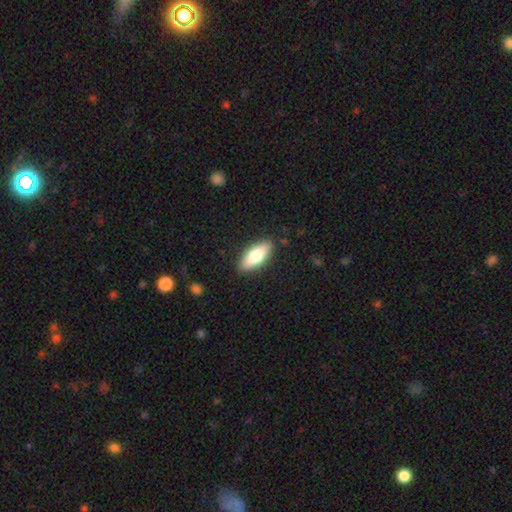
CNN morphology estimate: This is likely a smooth galaxy (77%). How rounded: likely in between (77%). Merging: clearly none (87%).